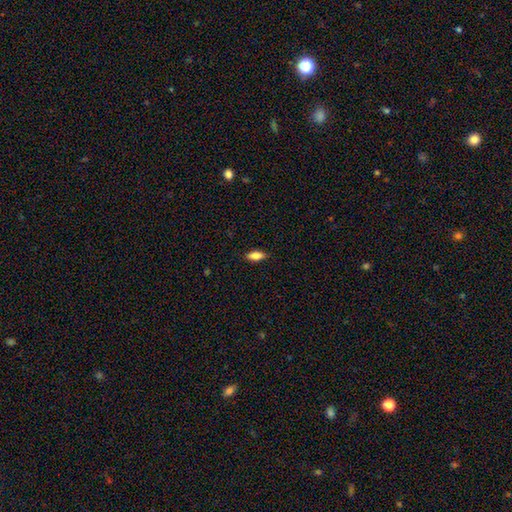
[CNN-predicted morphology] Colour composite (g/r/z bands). It shows a smooth galaxy with no disk features (81%) that is in between round and cigar-shaped (77%). Merging: none (87%).